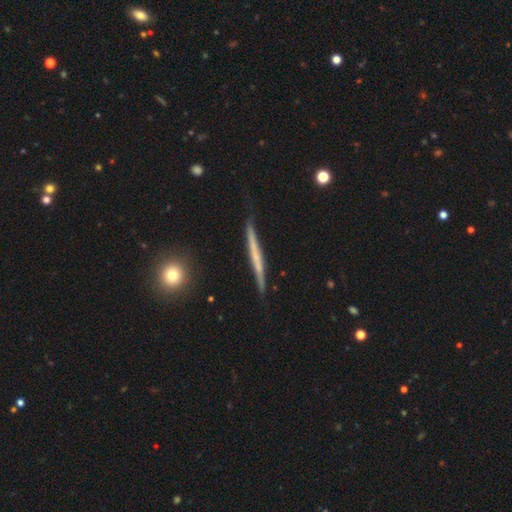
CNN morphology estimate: smooth-or-featured: featured or disk: 62% | smooth: 33% | star or artifact: 6%
  disk-edge-on: yes: 96% | no: 4%
    edge-on-bulge: none: 83% | rounded: 11% | boxy: 5%
  merging: none: 83% | minor disturbance: 13% | major disturbance: 2% | merger: 1%